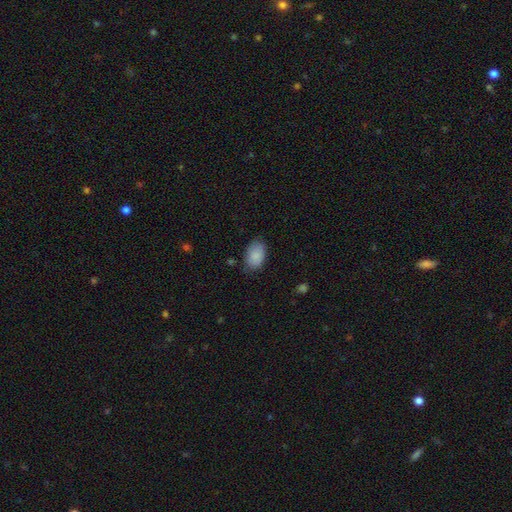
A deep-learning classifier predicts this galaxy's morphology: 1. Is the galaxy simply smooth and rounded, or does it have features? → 88% smooth, 6% star or artifact, 5% featured or disk.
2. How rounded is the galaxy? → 91% in between, 8% round, 1% cigar-shaped.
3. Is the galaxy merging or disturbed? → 77% none, 18% minor disturbance, 4% major disturbance, 1% merger.